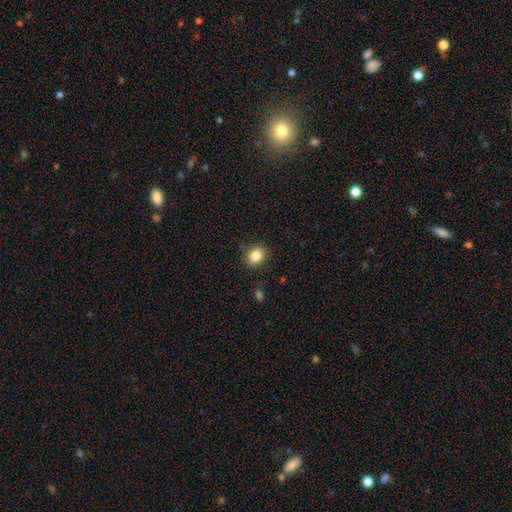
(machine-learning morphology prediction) Smooth or featured? smooth (84%)
How rounded? round (59%)
Merging? none (86%)